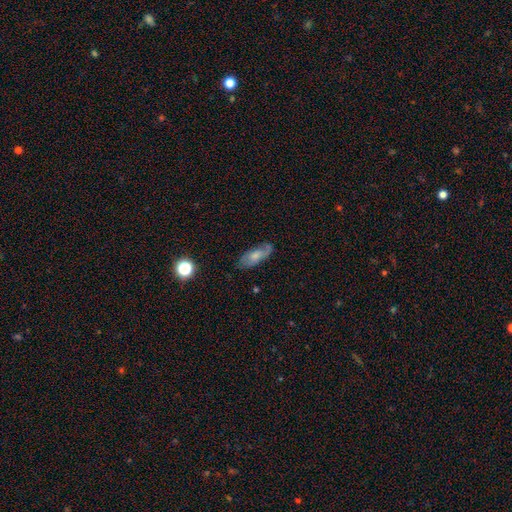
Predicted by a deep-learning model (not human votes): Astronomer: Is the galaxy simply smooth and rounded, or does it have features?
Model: smooth — 54% (runner-up: featured or disk, 38%).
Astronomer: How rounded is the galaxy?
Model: in between — 78%.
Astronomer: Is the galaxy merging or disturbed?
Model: none — 67%.